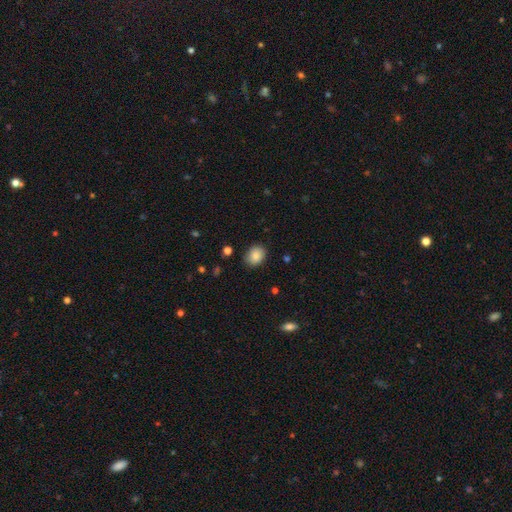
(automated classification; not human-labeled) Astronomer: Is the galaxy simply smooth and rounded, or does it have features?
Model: smooth — 86%.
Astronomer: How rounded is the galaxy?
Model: round — 52% (runner-up: in between, 47%).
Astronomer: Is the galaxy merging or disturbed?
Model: none — 81%.